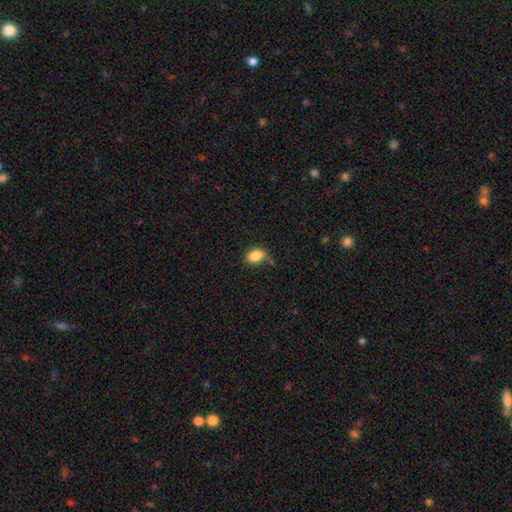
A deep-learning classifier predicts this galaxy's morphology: The model was most divided on "merging": none: 70%, minor disturbance: 20%, merger: 5%, major disturbance: 5%. More confident: smooth or featured — smooth (86%); how rounded — in between (82%).